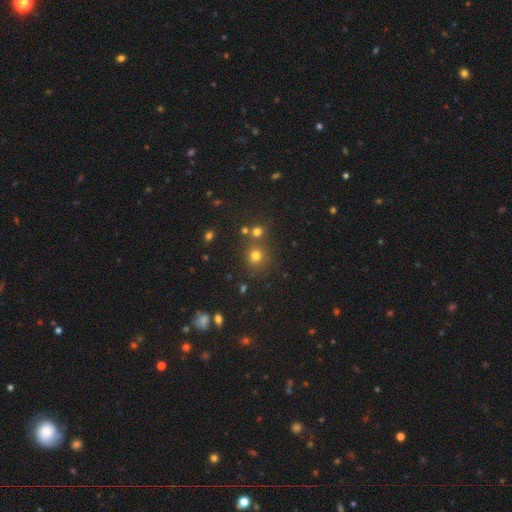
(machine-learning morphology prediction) A smooth galaxy with no disk features (70%) that is round (88%). Merging: none (71%).